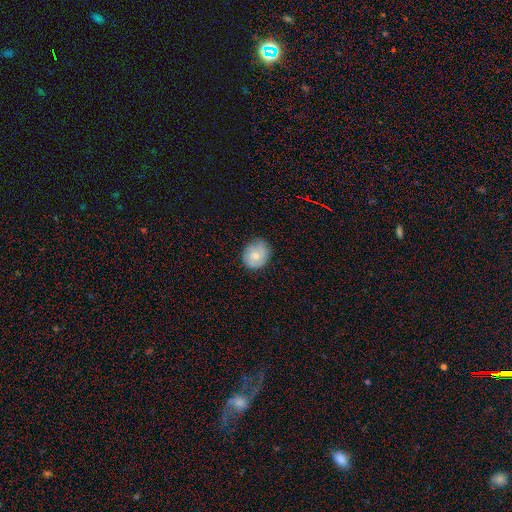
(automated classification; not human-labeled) This appears to be a smooth galaxy with no disk features (69%) that is round (66%). Merging: none (73%).